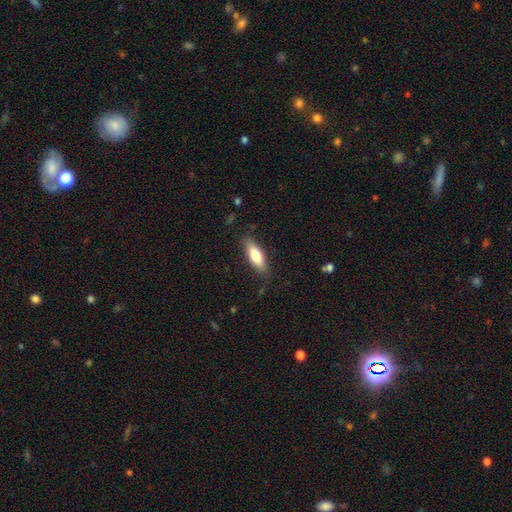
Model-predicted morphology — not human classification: Smooth or featured? Predicted: smooth (p=0.73). How rounded? Predicted: in between (p=0.60). Merging? Predicted: none (p=0.82).